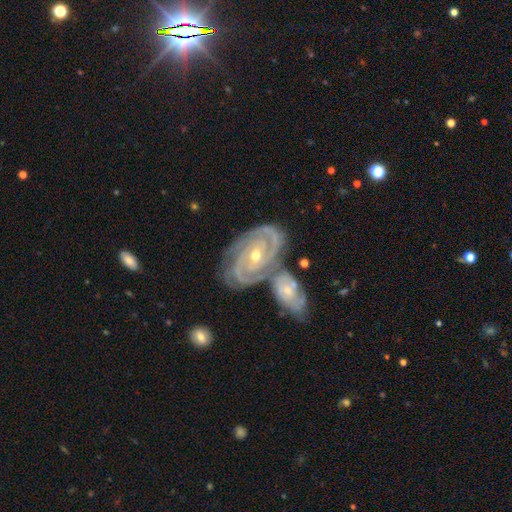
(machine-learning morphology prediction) Smooth or featured? featured or disk (92%)
Edge-on disk? no (97%)
Bar? no (51%)
Spiral arms? yes (98%)
Spiral winding? tight (76%)
Spiral arm count? 3 (35%)
Bulge size? small (50%)
Merging? none (53%)